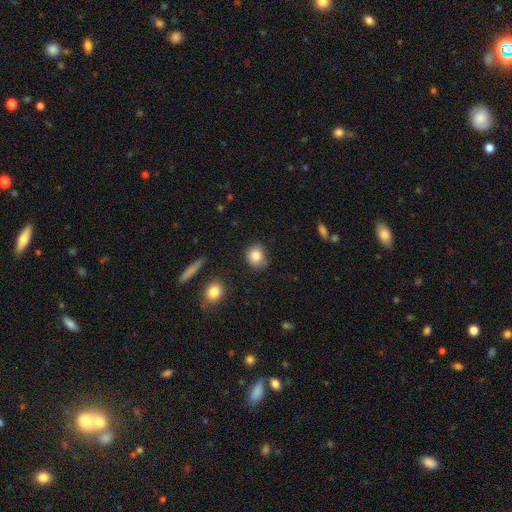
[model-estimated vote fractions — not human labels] Morphology: type=smooth (85%); roundness=round (78%); merging=none (78%).